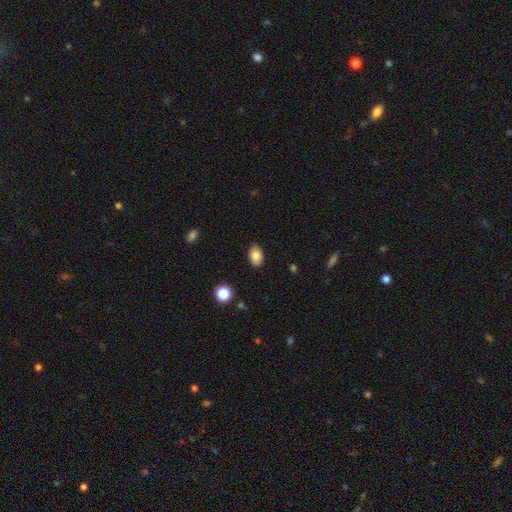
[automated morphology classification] The model was most divided on "how rounded": in between: 87%, round: 12%, cigar-shaped: 1%. More confident: merging — none (87%); smooth or featured — smooth (84%).